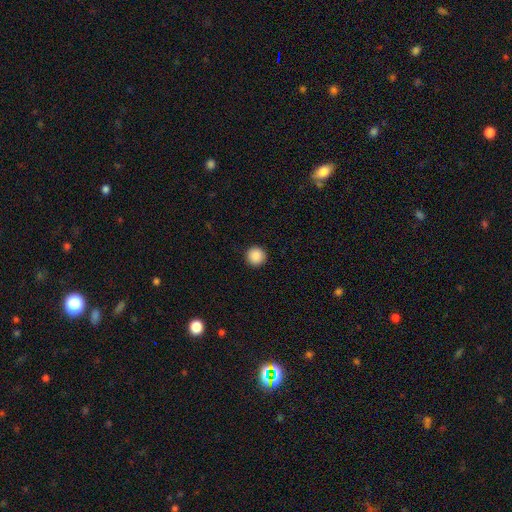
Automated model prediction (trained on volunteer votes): Smooth or featured? Predicted: smooth (p=0.89). How rounded? Predicted: round (p=0.96). Merging? Predicted: none (p=0.93).